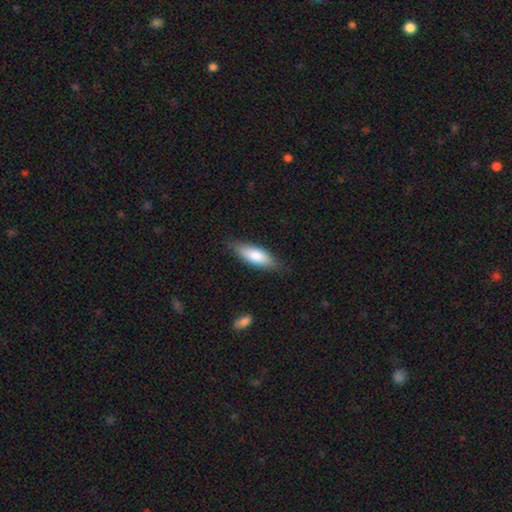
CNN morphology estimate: smooth-or-featured: smooth: 79% | featured or disk: 16% | star or artifact: 5%
  how-rounded: in between: 60% | cigar-shaped: 38% | round: 2%
  merging: none: 81% | minor disturbance: 15% | major disturbance: 3% | merger: 1%